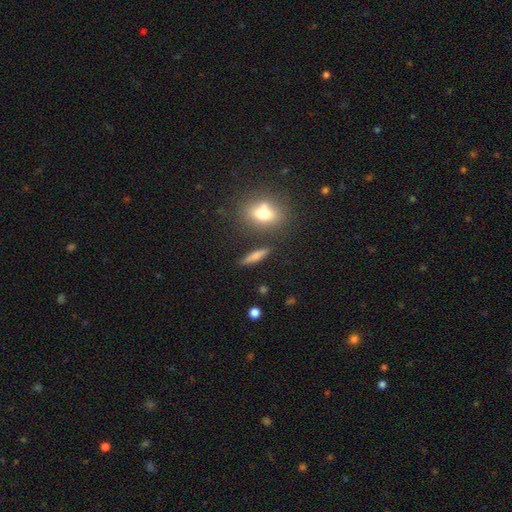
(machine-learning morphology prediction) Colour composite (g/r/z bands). It shows a smooth galaxy with no disk features (67%) that is cigar-shaped (78%). Merging: none (83%).